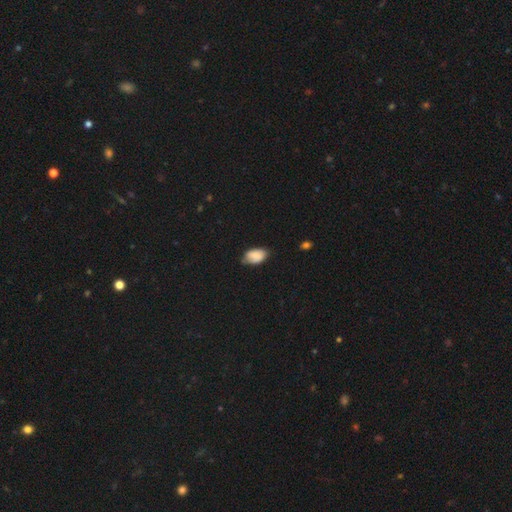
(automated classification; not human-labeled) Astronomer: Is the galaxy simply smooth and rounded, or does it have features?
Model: smooth — 81%.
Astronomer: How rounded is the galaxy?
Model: in between — 92%.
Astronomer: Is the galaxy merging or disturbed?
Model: none — 63%.